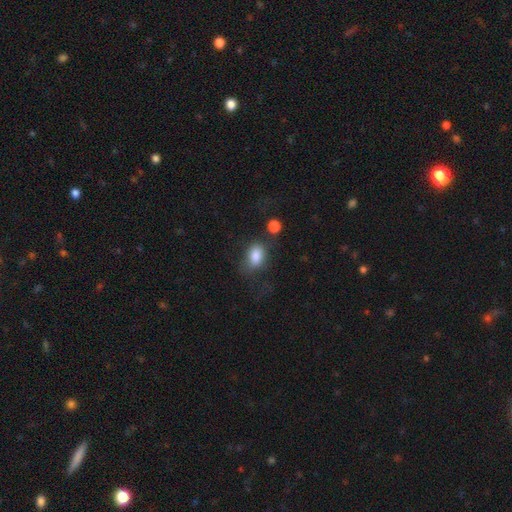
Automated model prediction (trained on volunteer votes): Smooth or featured: smooth — 83% (star or artifact — 8%)
How rounded: in between — 83% (round — 15%)
Merging: none — 50% (minor disturbance — 23%)